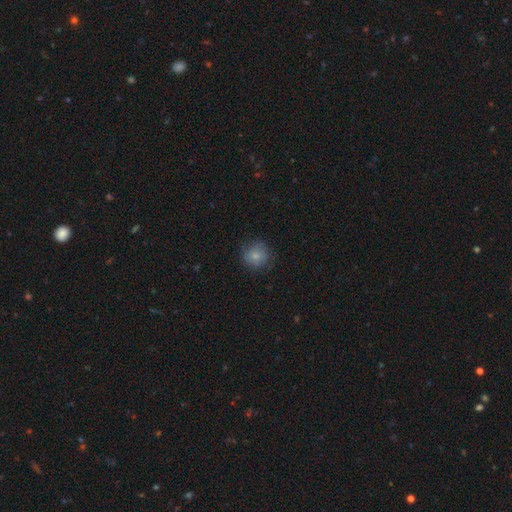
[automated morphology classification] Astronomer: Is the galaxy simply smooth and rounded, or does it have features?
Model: smooth — 80%.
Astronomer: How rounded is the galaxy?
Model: round — 88%.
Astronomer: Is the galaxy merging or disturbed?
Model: none — 77%.